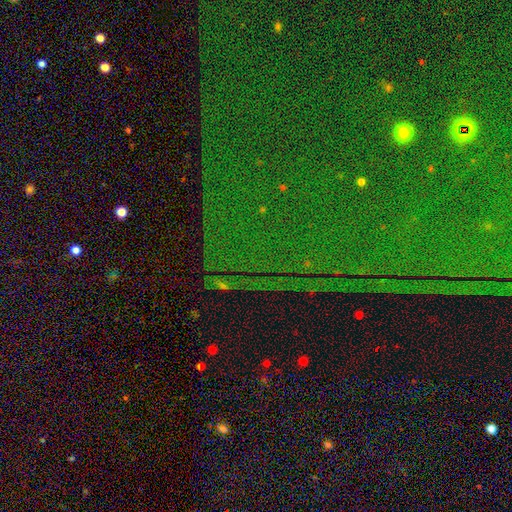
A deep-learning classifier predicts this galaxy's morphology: Q: Smooth or featured?
A: star or artifact (85%); runner-up: featured or disk (8%)